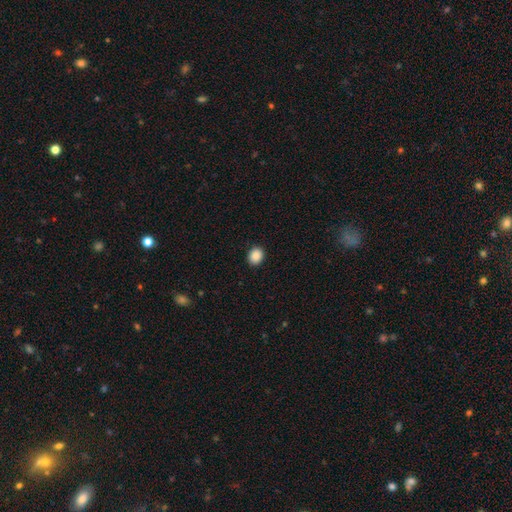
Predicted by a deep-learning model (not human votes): A smooth galaxy with no disk features (89%) that is round (58%).

Vote fractions:
- Smooth or featured? smooth: 89% / star or artifact: 9% / featured or disk: 2%
- How rounded? round: 58% / in between: 41% / cigar-shaped: 1%
- Merging? none: 91% / minor disturbance: 6% / major disturbance: 2% / merger: 1%